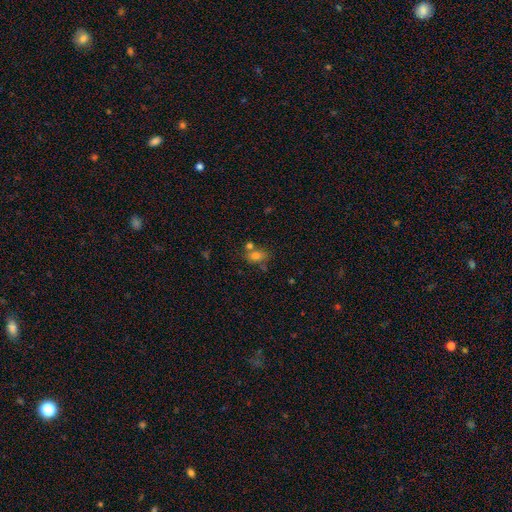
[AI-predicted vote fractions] smooth 71%, star or artifact 16%, featured or disk 13%. Down the decision tree: how rounded — in between (67%); merging — none (49%).